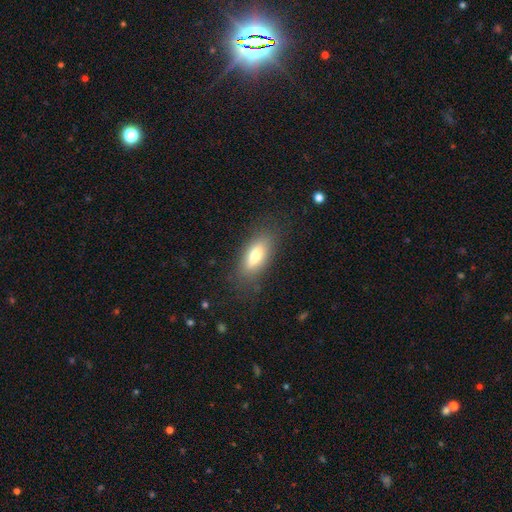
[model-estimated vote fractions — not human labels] Overall: smooth (69%). How rounded: in between (74%). Merging: none (80%).